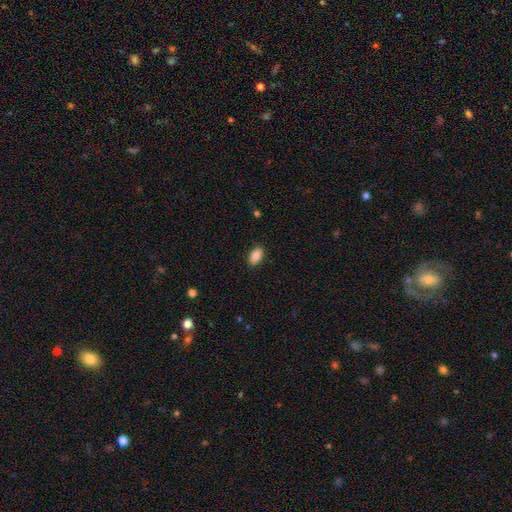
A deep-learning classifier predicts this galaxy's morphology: The model was most divided on "smooth or featured": smooth: 86%, star or artifact: 7%, featured or disk: 6%. More confident: how rounded — in between (93%); merging — none (89%).